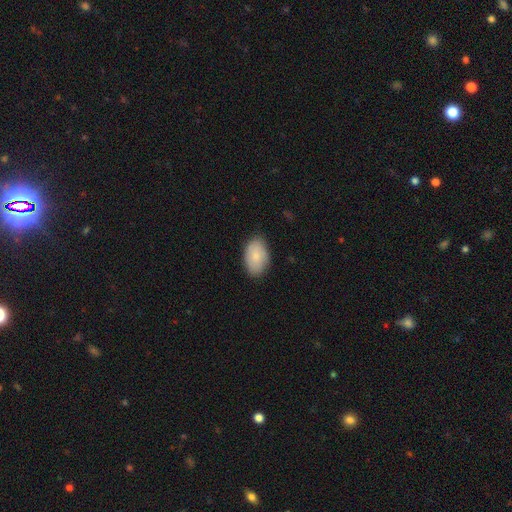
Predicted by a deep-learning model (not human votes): This appears to be a smooth galaxy with no disk features (80%) that is in between round and cigar-shaped (92%). Merging: none (82%).